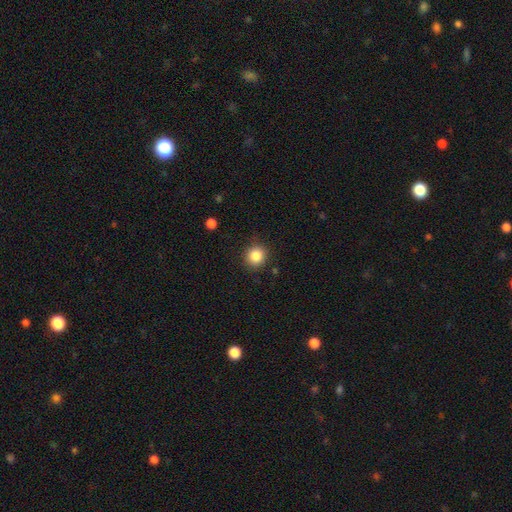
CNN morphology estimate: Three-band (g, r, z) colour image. It shows a smooth galaxy with no disk features (85%) that is round (89%). Merging: none (88%).